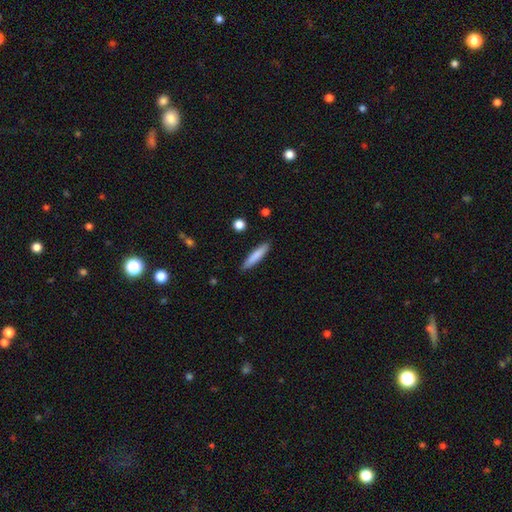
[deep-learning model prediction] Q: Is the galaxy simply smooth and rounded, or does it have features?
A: smooth — 80%.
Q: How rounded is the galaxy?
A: cigar-shaped — 89%.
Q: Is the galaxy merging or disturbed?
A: none — 89%.